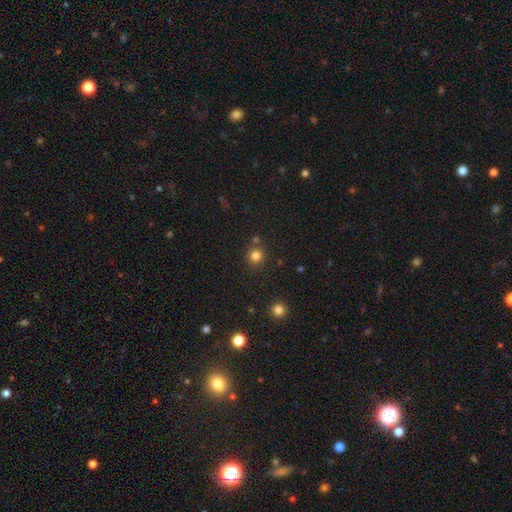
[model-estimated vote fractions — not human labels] Q: Smooth or featured?
A: smooth (80%); runner-up: star or artifact (15%)
Q: How rounded?
A: round (92%); runner-up: in between (7%)
Q: Merging?
A: none (82%); runner-up: merger (8%)